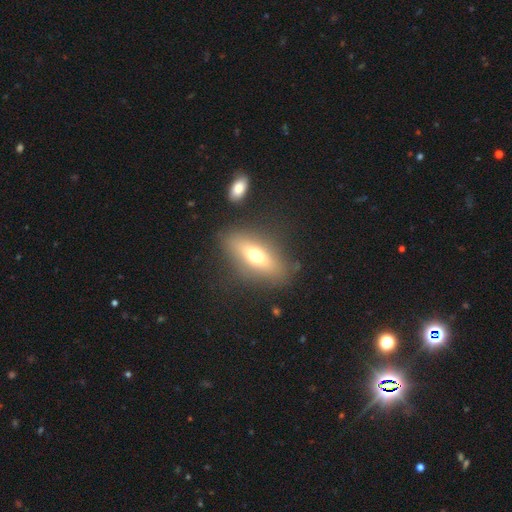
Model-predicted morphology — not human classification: smooth 55%, featured or disk 36%, star or artifact 9%. Down the decision tree: how rounded — in between (64%); merging — none (82%).